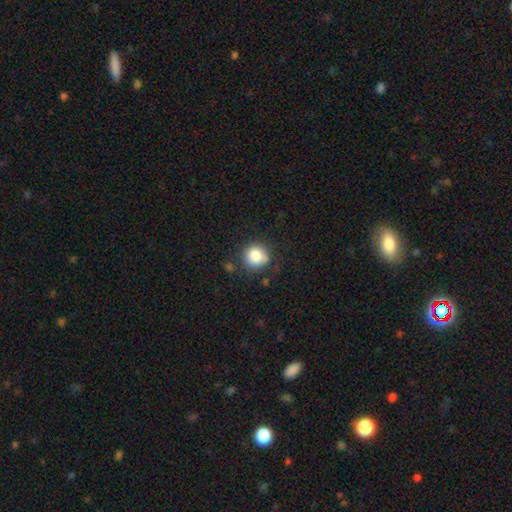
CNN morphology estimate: Smooth or featured? smooth (84%)
How rounded? round (92%)
Merging? none (77%)